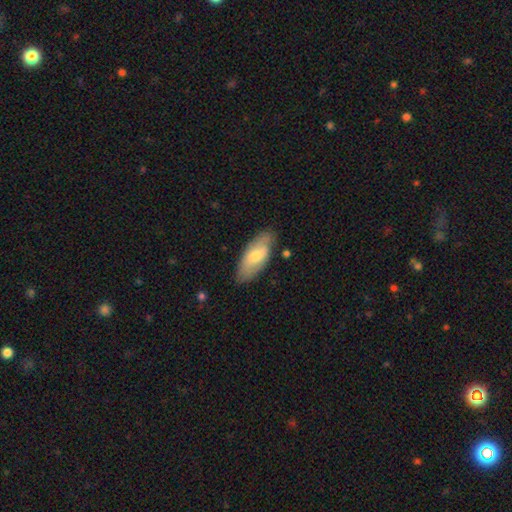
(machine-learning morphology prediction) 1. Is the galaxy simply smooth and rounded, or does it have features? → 62% smooth, 32% featured or disk, 5% star or artifact.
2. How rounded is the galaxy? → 84% in between, 14% cigar-shaped, 2% round.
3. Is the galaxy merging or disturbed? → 77% none, 17% minor disturbance, 4% major disturbance, 2% merger.